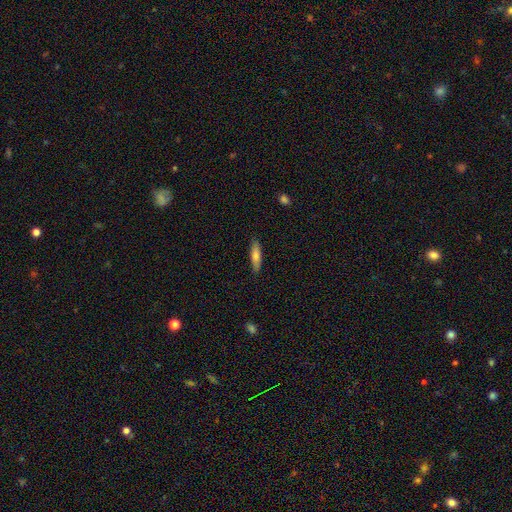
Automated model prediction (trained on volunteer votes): This appears to be a smooth galaxy with no disk features (74%) that is cigar-shaped (72%). Merging: none (87%).